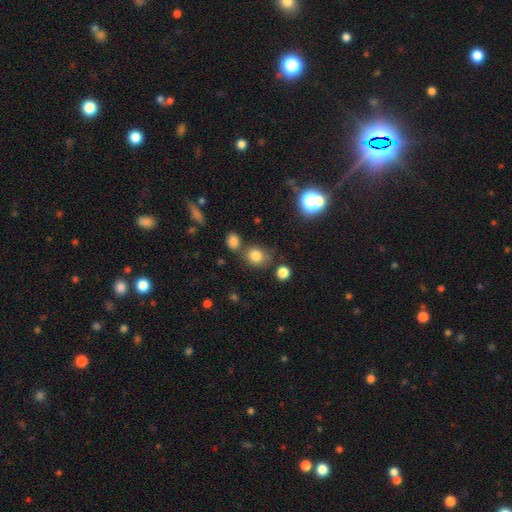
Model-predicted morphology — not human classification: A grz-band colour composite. It shows a smooth galaxy with no disk features (81%) that is round (66%). Merging: none (66%).